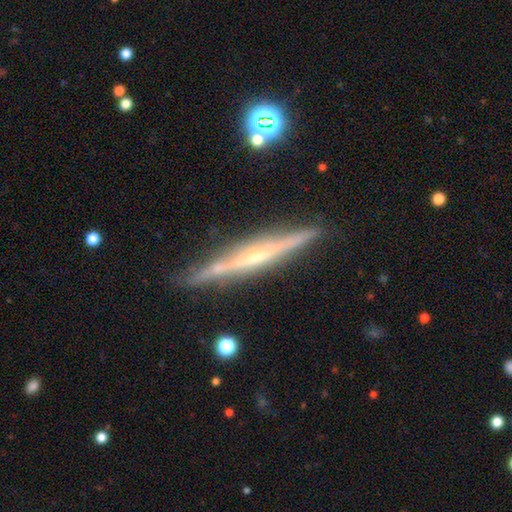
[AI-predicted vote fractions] Q: Smooth or featured?
A: featured or disk (77%); runner-up: smooth (16%)
Q: Edge-on disk?
A: yes (97%); runner-up: no (3%)
Q: Edge-on bulge?
A: rounded (49%); runner-up: none (43%)
Q: Merging?
A: none (86%); runner-up: minor disturbance (10%)